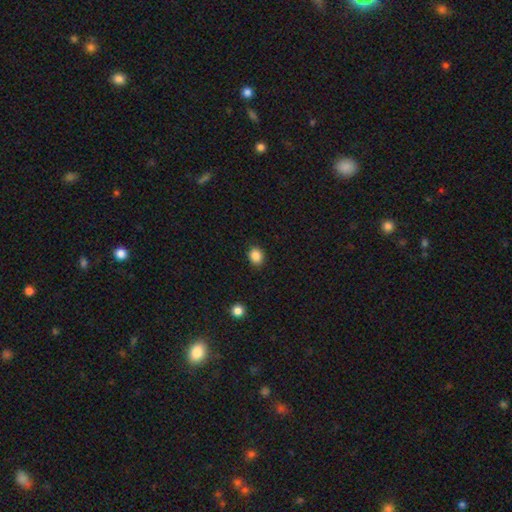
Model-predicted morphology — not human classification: Q: Smooth or featured?
A: smooth (87%); runner-up: star or artifact (10%)
Q: How rounded?
A: round (59%); runner-up: in between (40%)
Q: Merging?
A: none (89%); runner-up: minor disturbance (8%)